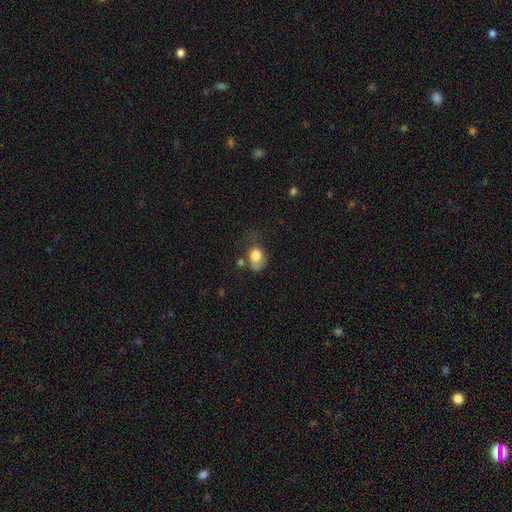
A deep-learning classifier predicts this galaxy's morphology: Smooth or featured? Predicted: smooth (p=0.79). How rounded? Predicted: in between (p=0.64). Merging? Predicted: none (p=0.31).